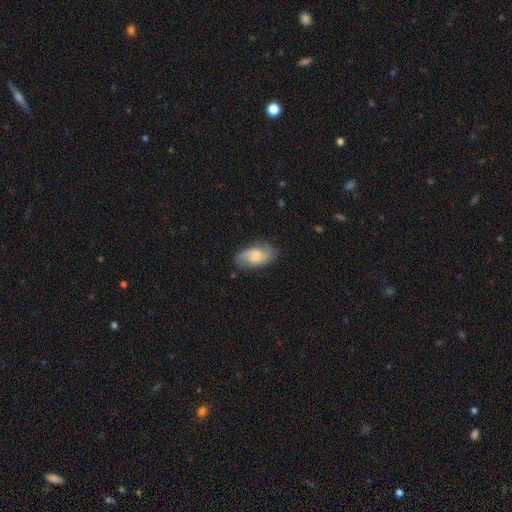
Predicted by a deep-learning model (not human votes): Morphology: type=smooth (50%); roundness=in between (91%); merging=none (74%).